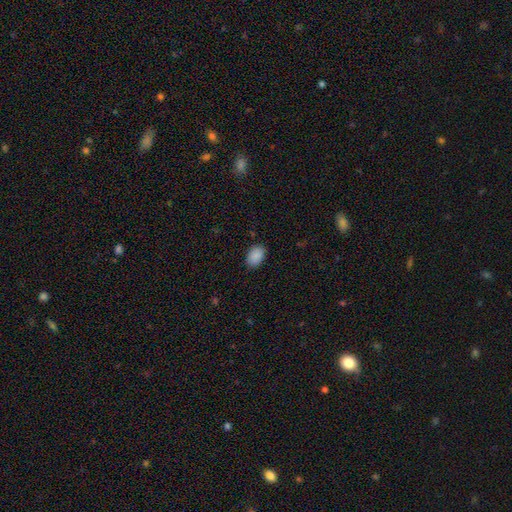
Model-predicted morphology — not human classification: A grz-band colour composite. It shows a smooth galaxy with no disk features (89%) that is in between round and cigar-shaped (87%). Merging: none (86%).